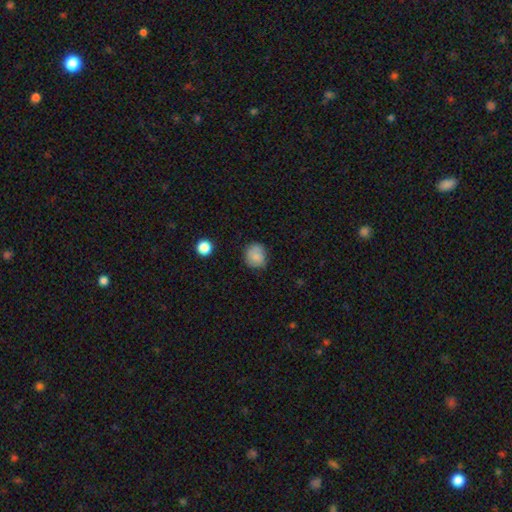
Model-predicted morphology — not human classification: smooth 83%, star or artifact 9%, featured or disk 8%. Down the decision tree: how rounded — round (81%); merging — none (78%).